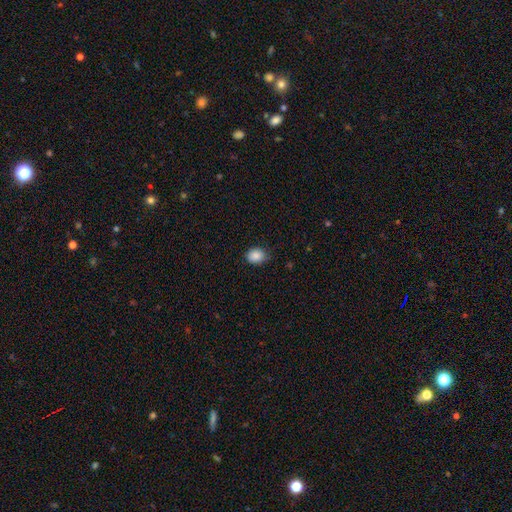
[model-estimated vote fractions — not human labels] This appears to be a smooth galaxy with no disk features (88%) that is round (51%). Merging: none (79%).